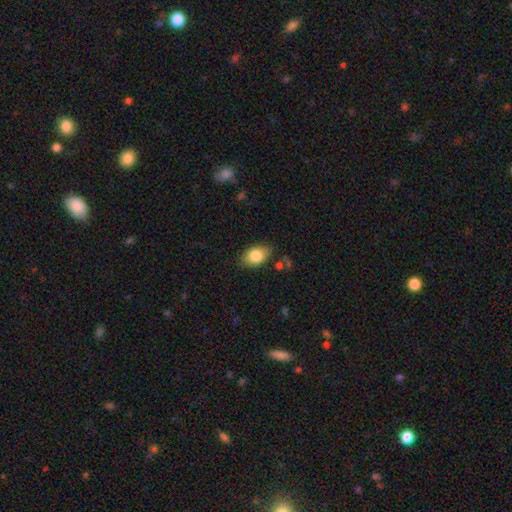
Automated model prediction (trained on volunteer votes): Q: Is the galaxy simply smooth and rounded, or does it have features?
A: smooth — 82%.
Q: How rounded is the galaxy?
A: in between — 87%.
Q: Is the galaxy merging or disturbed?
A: none — 80%.